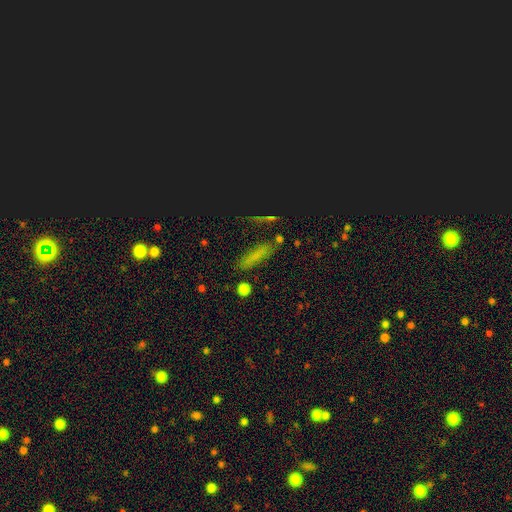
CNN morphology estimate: Smooth or featured: smooth — 61% (star or artifact — 25%)
How rounded: cigar-shaped — 71% (in between — 23%)
Merging: none — 78% (minor disturbance — 13%)